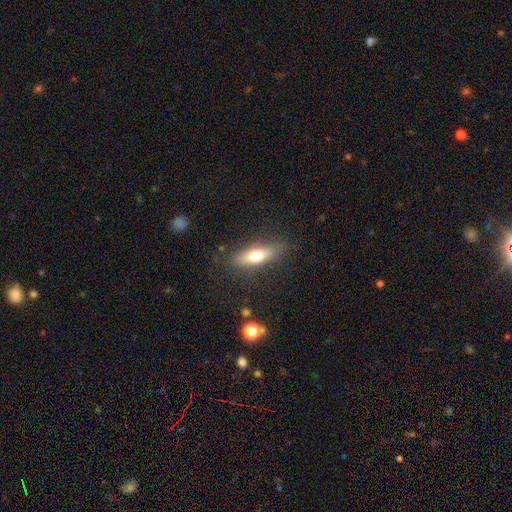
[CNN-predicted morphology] smooth-or-featured: smooth: 63% | featured or disk: 30% | star or artifact: 7%
  how-rounded: cigar-shaped: 53% | in between: 44% | round: 3%
  merging: none: 83% | minor disturbance: 12% | major disturbance: 4% | merger: 1%